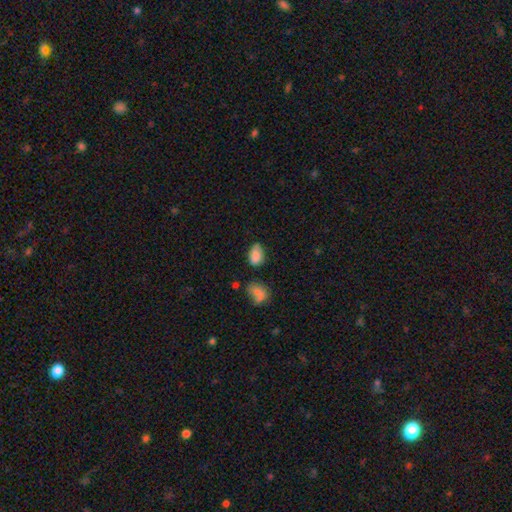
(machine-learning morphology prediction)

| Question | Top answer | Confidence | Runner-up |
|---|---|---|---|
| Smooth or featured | smooth | 83% | star or artifact (10%) |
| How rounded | in between | 86% | round (12%) |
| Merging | none | 54% | minor disturbance (33%) |